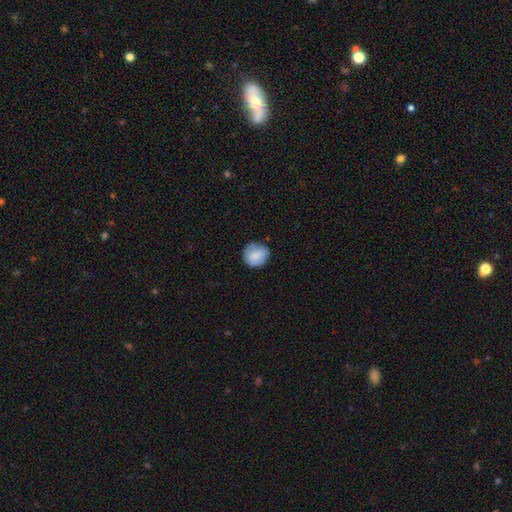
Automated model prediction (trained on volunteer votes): Smooth or featured?
  - smooth: 83% *
  - featured or disk: 9%
  - star or artifact: 7%
How rounded?
  - round: 85% *
  - in between: 14%
  - cigar-shaped: 1%
Merging?
  - none: 76% *
  - minor disturbance: 19%
  - major disturbance: 4%
  - merger: 1%